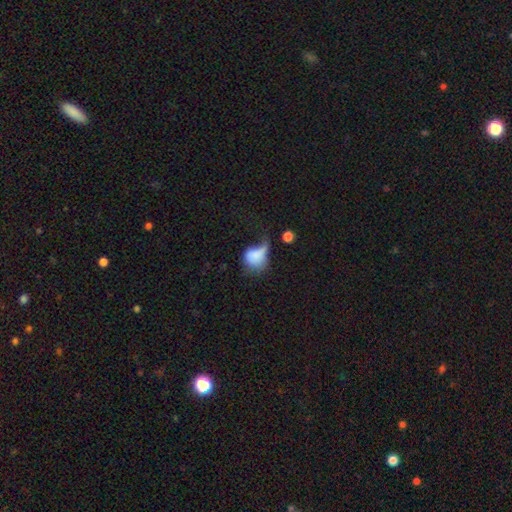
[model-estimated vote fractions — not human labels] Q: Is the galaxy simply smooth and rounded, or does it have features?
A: smooth — 72%.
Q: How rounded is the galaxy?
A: in between — 55%.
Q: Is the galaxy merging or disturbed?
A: major disturbance — 49%.